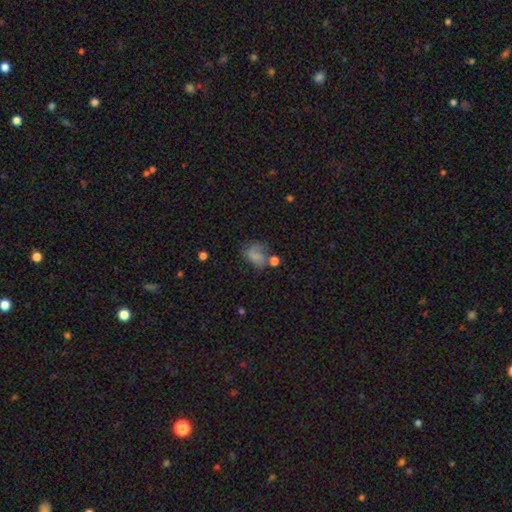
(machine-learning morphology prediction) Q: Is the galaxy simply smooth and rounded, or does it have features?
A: smooth — 57%.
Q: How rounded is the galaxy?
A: in between — 69%.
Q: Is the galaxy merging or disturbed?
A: major disturbance — 33%.